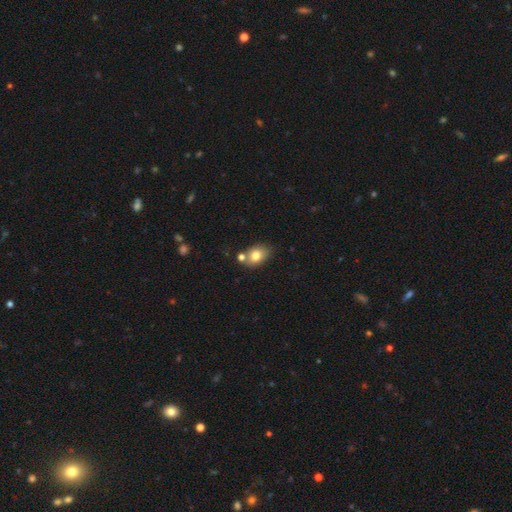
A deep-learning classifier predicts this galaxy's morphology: The model was most divided on "merging": none: 64%, merger: 17%, minor disturbance: 15%, major disturbance: 4%. More confident: smooth or featured — smooth (78%); how rounded — in between (73%).